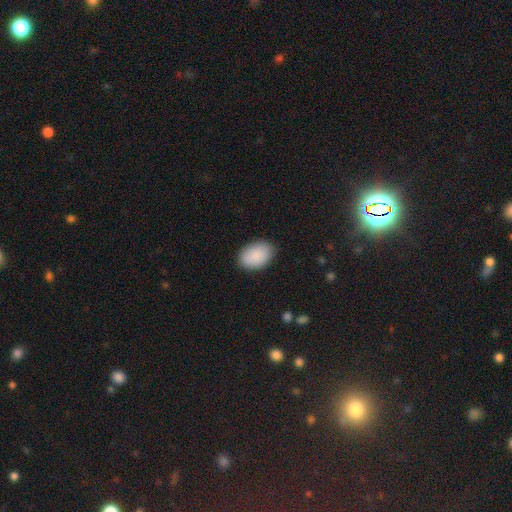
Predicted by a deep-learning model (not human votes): Q: Smooth or featured?
A: smooth (91%); runner-up: star or artifact (6%)
Q: How rounded?
A: in between (90%); runner-up: round (9%)
Q: Merging?
A: none (88%); runner-up: minor disturbance (9%)